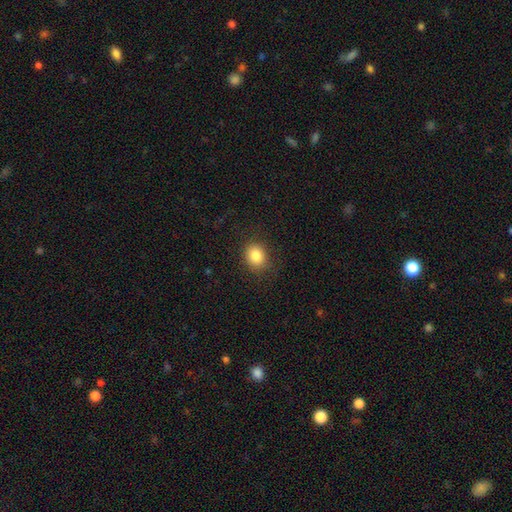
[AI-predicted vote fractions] Q: Smooth or featured?
A: smooth (84%); runner-up: star or artifact (10%)
Q: How rounded?
A: round (63%); runner-up: in between (36%)
Q: Merging?
A: none (84%); runner-up: minor disturbance (11%)